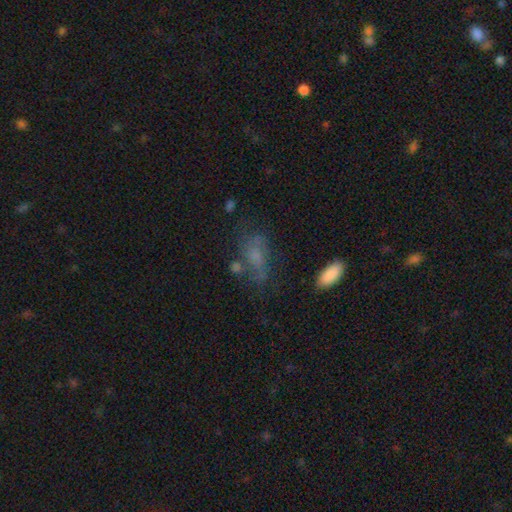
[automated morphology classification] Q: Smooth or featured?
A: smooth (47%); runner-up: featured or disk (33%)
Q: Merging?
A: none (50%); runner-up: minor disturbance (22%)